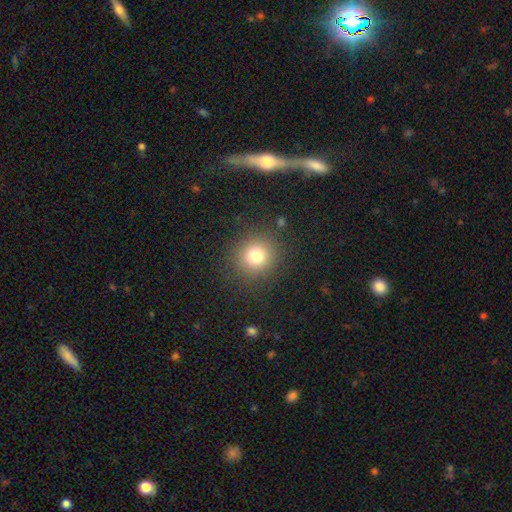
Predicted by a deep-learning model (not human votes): smooth 78%, star or artifact 14%, featured or disk 8%. Down the decision tree: how rounded — round (90%); merging — none (88%).